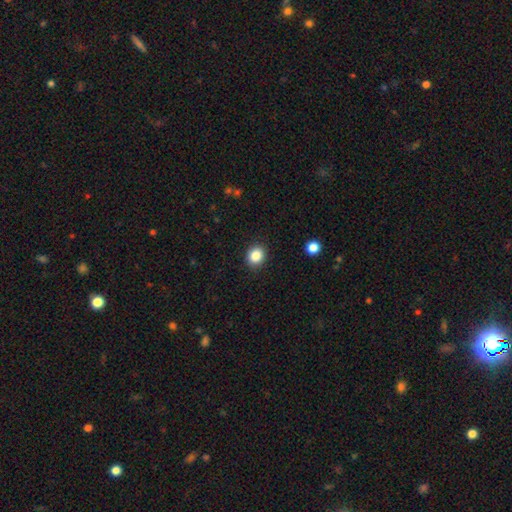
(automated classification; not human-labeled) Morphology: type=smooth (86%); roundness=round (72%); merging=none (90%).